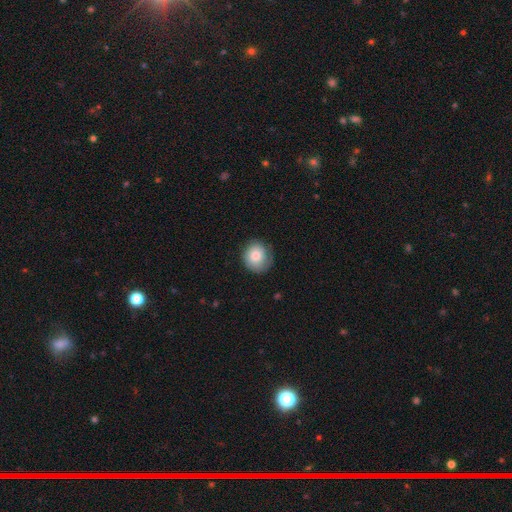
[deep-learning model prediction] A smooth galaxy with no disk features (78%) that is round (84%).

Vote fractions:
- Smooth or featured? smooth: 78% / featured or disk: 15% / star or artifact: 7%
- How rounded? round: 84% / in between: 15% / cigar-shaped: 1%
- Merging? none: 73% / minor disturbance: 20% / major disturbance: 6% / merger: 1%